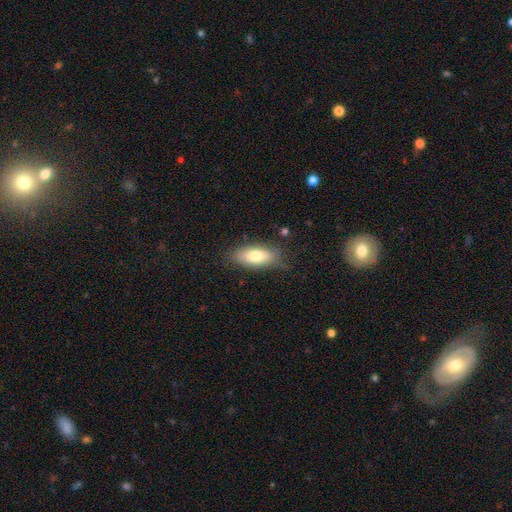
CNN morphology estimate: smooth_or_featured: smooth (p=0.75) [alt: featured or disk p=0.18]
how_rounded: in between (p=0.83) [alt: cigar-shaped p=0.14]
merging: none (p=0.75) [alt: minor disturbance p=0.18]